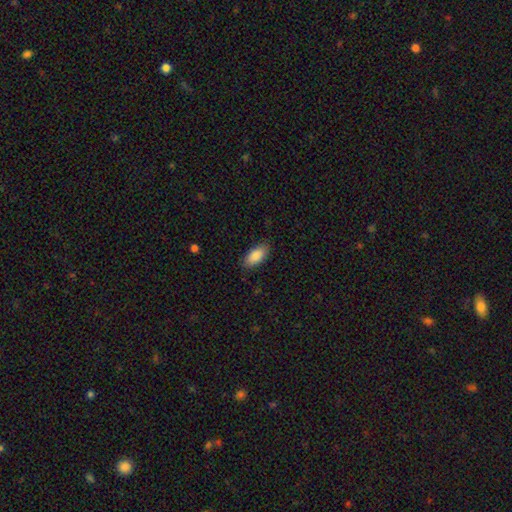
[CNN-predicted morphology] This is clearly a smooth galaxy (88%). How rounded: clearly in between (90%). Merging: clearly none (85%).